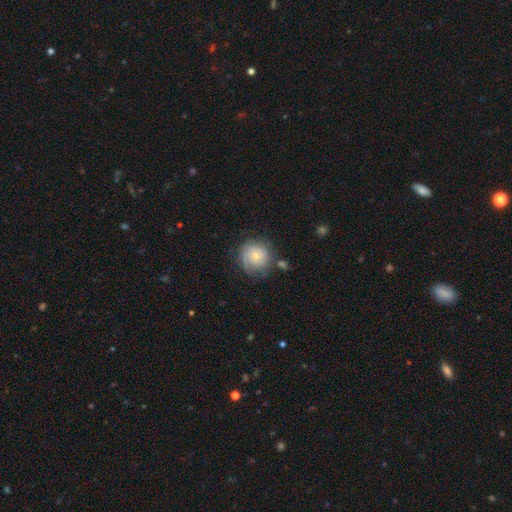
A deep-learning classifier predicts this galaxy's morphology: The model was most divided on "smooth or featured": featured or disk: 58%, smooth: 34%, star or artifact: 8%. More confident: edge-on disk — no (98%); spiral arms — yes (87%); bar — no (79%); merging — none (68%); bulge size — small (62%).